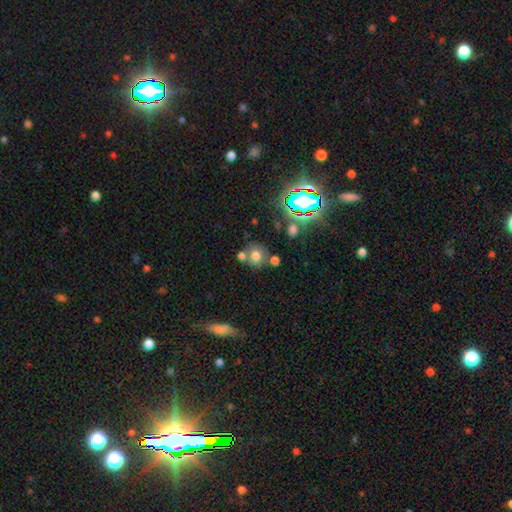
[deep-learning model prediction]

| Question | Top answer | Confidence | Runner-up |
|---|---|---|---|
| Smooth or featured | smooth | 67% | star or artifact (20%) |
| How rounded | round | 81% | in between (17%) |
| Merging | none | 62% | merger (22%) |